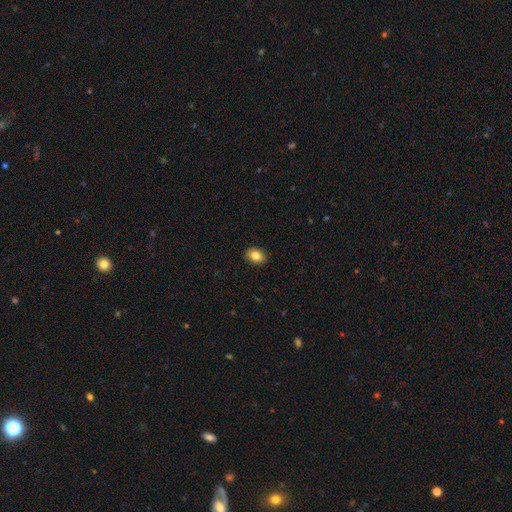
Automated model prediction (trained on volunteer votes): Overall: smooth (83%). How rounded: in between (71%). Merging: none (90%).